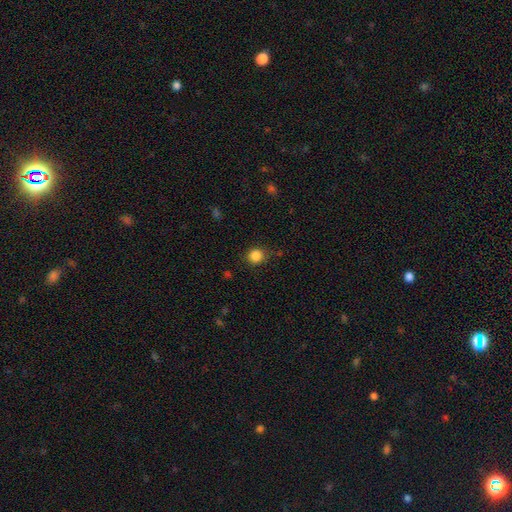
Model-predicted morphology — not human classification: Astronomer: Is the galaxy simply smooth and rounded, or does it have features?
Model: smooth — 85%.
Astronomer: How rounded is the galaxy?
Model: round — 89%.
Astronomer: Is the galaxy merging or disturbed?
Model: none — 83%.